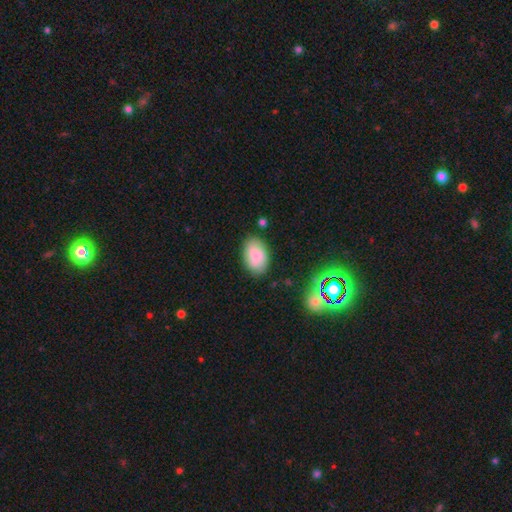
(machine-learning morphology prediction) smooth-or-featured: smooth: 77% | featured or disk: 14% | star or artifact: 9%
  how-rounded: in between: 89% | round: 10% | cigar-shaped: 1%
  merging: none: 78% | minor disturbance: 15% | major disturbance: 4% | merger: 2%